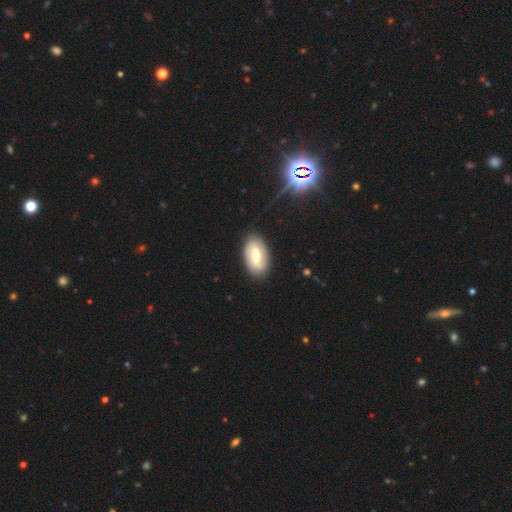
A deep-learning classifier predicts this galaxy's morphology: The model was most divided on "smooth or featured": featured or disk: 52%, smooth: 41%, star or artifact: 7%. More confident: edge-on disk — no (89%); merging — none (86%).